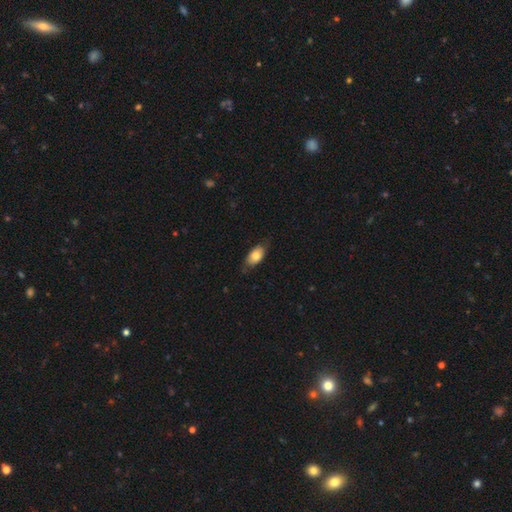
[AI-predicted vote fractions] Smooth or featured: smooth — 77% (featured or disk — 16%)
How rounded: in between — 90% (round — 5%)
Merging: none — 69% (minor disturbance — 24%)